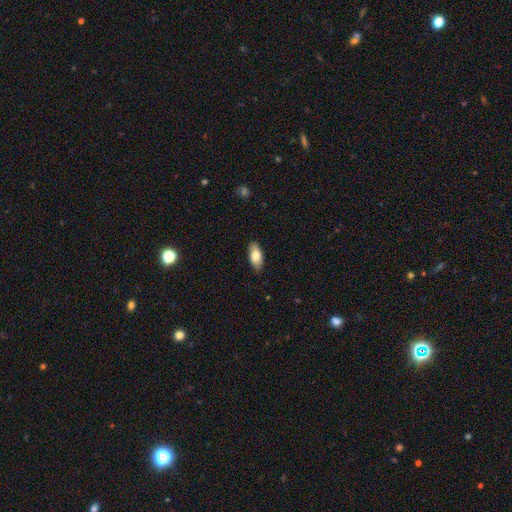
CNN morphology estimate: type=smooth (78%); roundness=in between (87%); merging=none (87%).